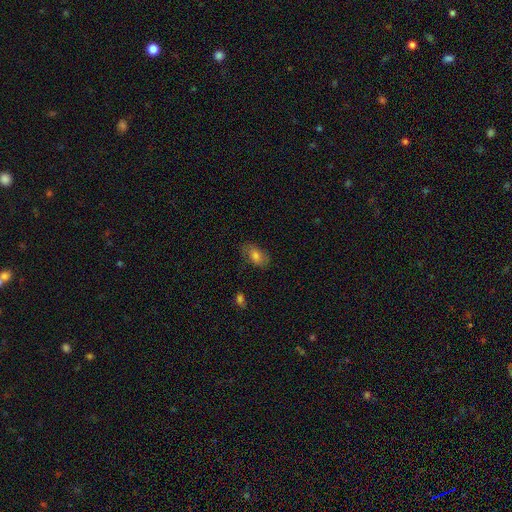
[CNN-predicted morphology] Smooth or featured?
  - smooth: 66% *
  - featured or disk: 24%
  - star or artifact: 9%
How rounded?
  - in between: 89% *
  - round: 9%
  - cigar-shaped: 2%
Merging?
  - none: 70% *
  - minor disturbance: 20%
  - major disturbance: 8%
  - merger: 2%